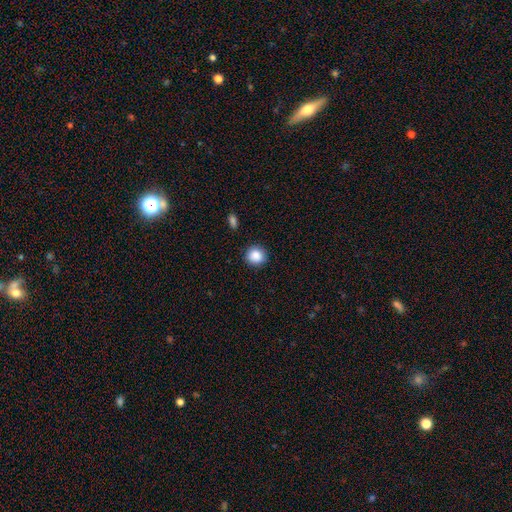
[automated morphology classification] smooth 87%, star or artifact 9%, featured or disk 4%. Down the decision tree: how rounded — round (88%); merging — none (89%).